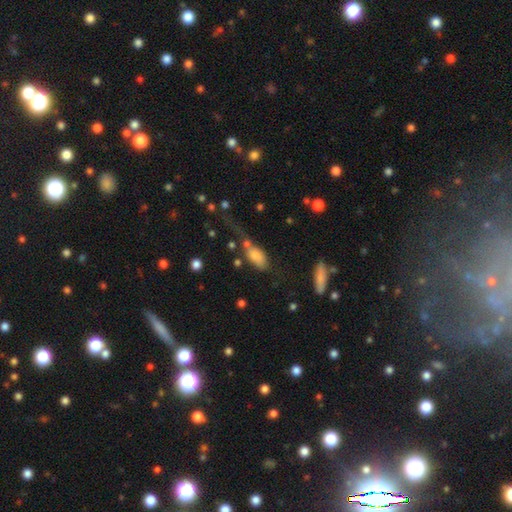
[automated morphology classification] Smooth or featured? smooth (78%)
How rounded? in between (88%)
Merging? major disturbance (31%)